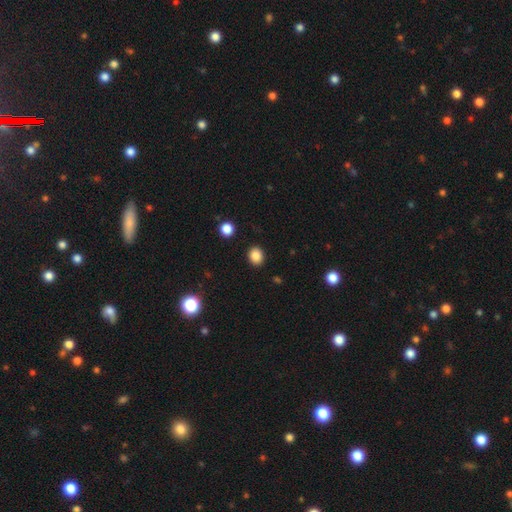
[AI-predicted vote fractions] This is clearly a smooth galaxy (86%). How rounded: likely round (63%). Merging: clearly none (90%).